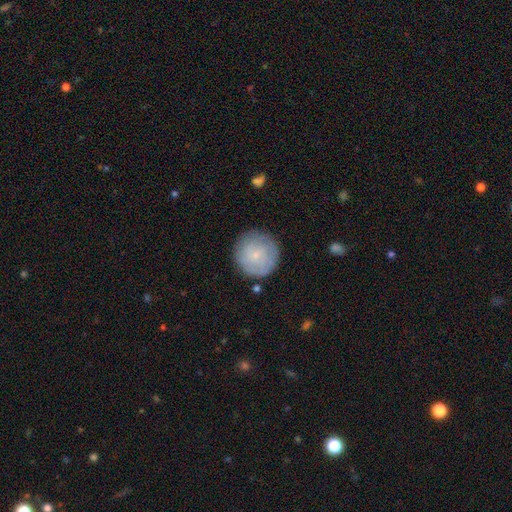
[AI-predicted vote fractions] A smooth galaxy with no disk features (63%) that is round (95%).

Vote fractions:
- Smooth or featured? smooth: 63% / featured or disk: 30% / star or artifact: 7%
- How rounded? round: 95% / in between: 4% / cigar-shaped: 1%
- Merging? none: 83% / minor disturbance: 12% / major disturbance: 3% / merger: 2%